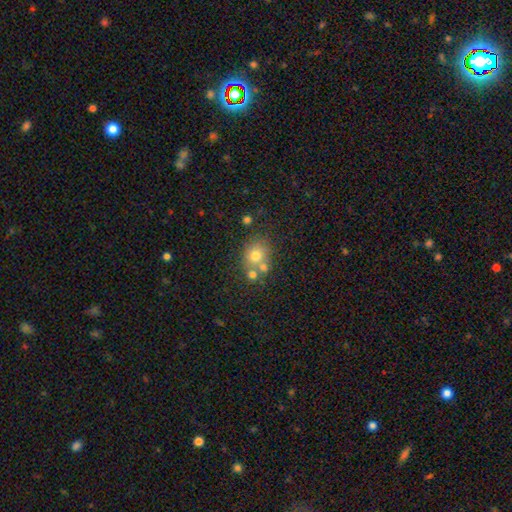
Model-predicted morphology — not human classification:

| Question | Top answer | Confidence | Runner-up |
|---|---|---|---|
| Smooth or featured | smooth | 67% | featured or disk (19%) |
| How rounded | round | 64% | in between (35%) |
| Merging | none | 50% | merger (32%) |